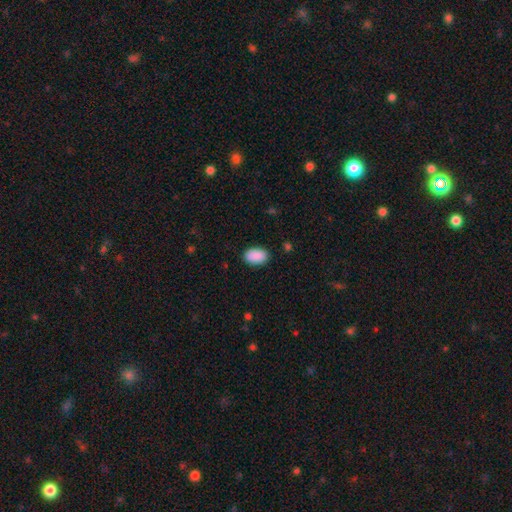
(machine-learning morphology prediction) A smooth galaxy with no disk features (91%) that is in between round and cigar-shaped (91%). Merging: none (88%).